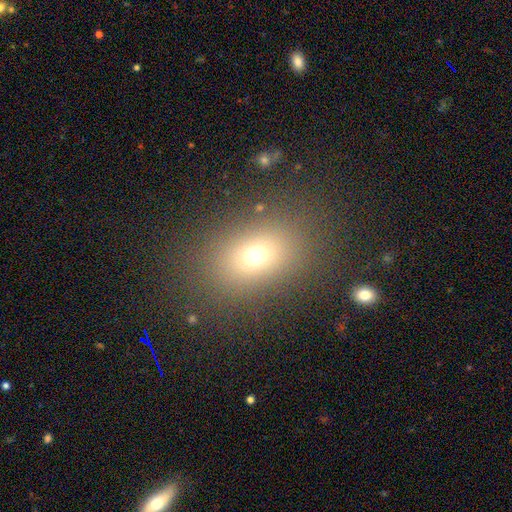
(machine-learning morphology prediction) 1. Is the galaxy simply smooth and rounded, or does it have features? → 69% smooth, 19% star or artifact, 13% featured or disk.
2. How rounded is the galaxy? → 63% in between, 35% round, 2% cigar-shaped.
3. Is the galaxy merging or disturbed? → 82% none, 9% minor disturbance, 6% major disturbance, 2% merger.